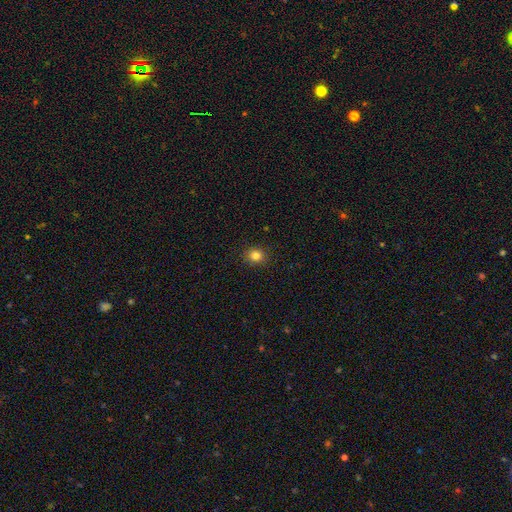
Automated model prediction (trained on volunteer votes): A smooth galaxy with no disk features (82%) that is round (73%).

Vote fractions:
- Smooth or featured? smooth: 82% / star or artifact: 12% / featured or disk: 5%
- How rounded? round: 73% / in between: 26% / cigar-shaped: 1%
- Merging? none: 89% / minor disturbance: 8% / major disturbance: 2% / merger: 1%